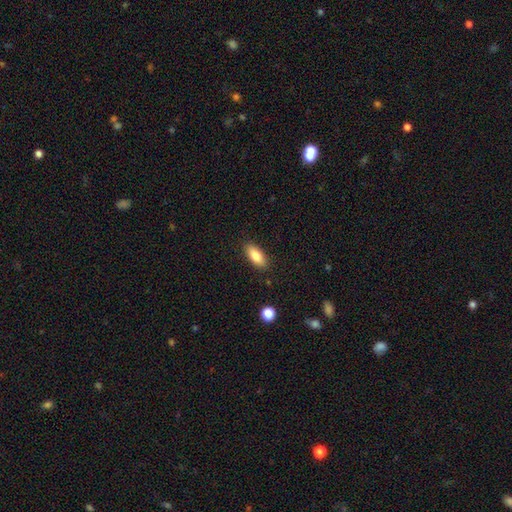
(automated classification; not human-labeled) Smooth or featured? Predicted: smooth (p=0.83). How rounded? Predicted: in between (p=0.83). Merging? Predicted: none (p=0.87).